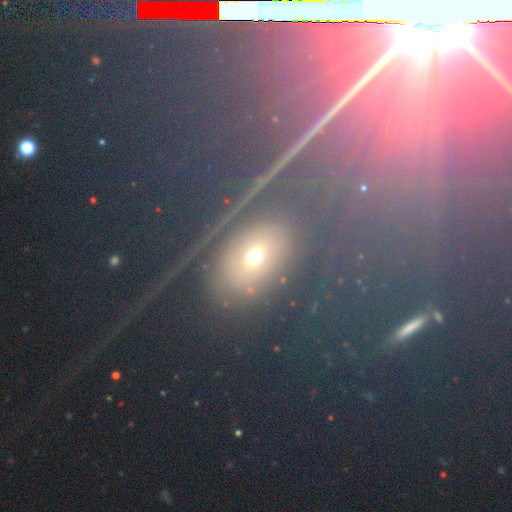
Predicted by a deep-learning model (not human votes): This is possibly a star or artifact rather than a galaxy (49%).